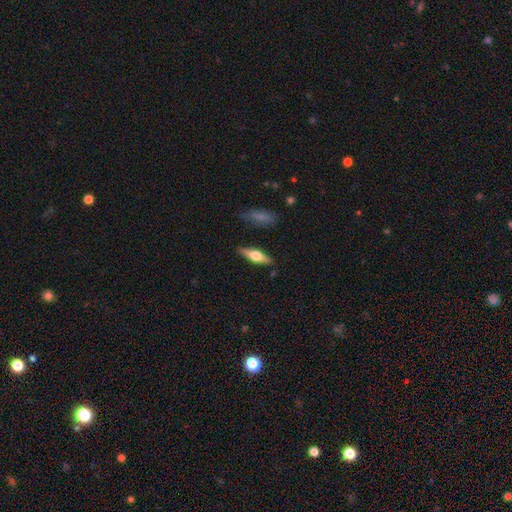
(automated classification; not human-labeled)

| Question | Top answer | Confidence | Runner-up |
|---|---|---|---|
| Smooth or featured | featured or disk | 49% | smooth (45%) |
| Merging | none | 84% | minor disturbance (11%) |